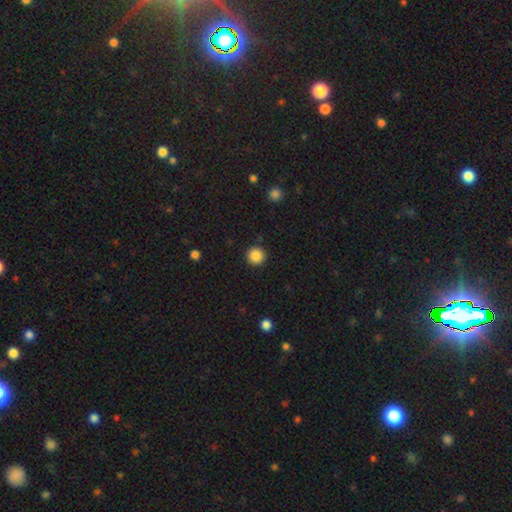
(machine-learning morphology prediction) This appears to be a smooth galaxy with no disk features (87%) that is round (96%). Merging: none (92%).